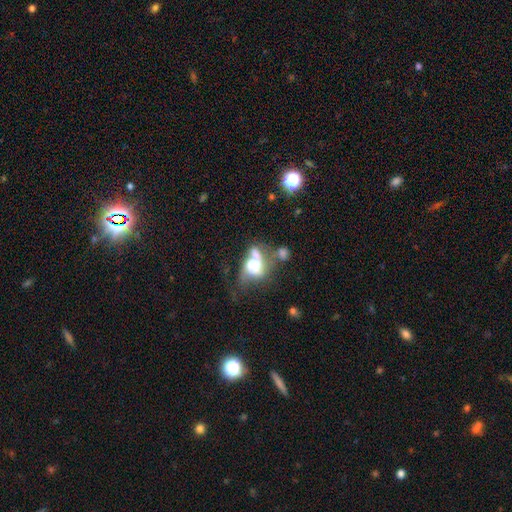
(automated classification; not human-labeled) smooth_or_featured: smooth (p=0.56) [alt: featured or disk p=0.28]
how_rounded: round (p=0.51) [alt: in between p=0.46]
merging: merger (p=0.43) [alt: none p=0.27]